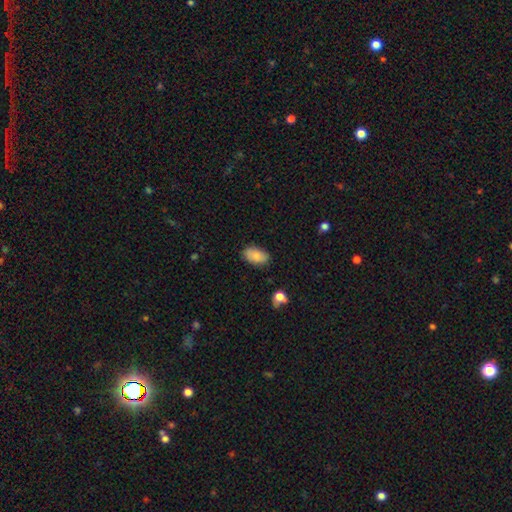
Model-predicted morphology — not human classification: smooth-or-featured: smooth: 84% | featured or disk: 9% | star or artifact: 8%
  how-rounded: in between: 93% | round: 6% | cigar-shaped: 2%
  merging: none: 83% | minor disturbance: 13% | major disturbance: 3% | merger: 2%